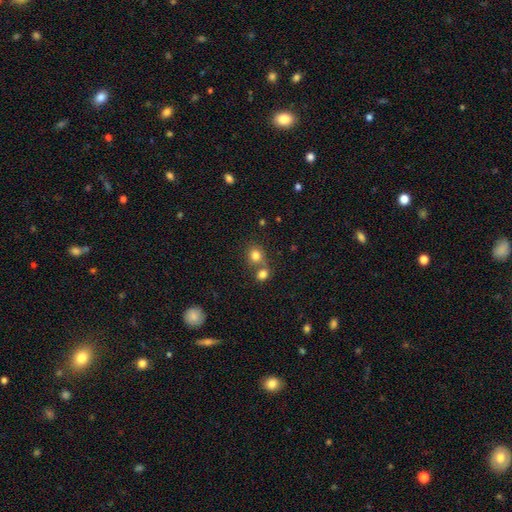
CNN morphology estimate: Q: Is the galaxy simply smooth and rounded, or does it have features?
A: smooth — 80%.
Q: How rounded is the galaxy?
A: round — 78%.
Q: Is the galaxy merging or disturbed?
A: none — 50%.